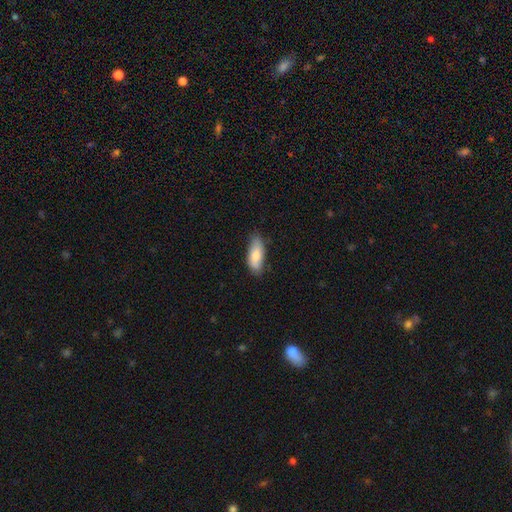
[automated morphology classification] Smooth or featured? Predicted: smooth (p=0.77). How rounded? Predicted: in between (p=0.81). Merging? Predicted: none (p=0.75).